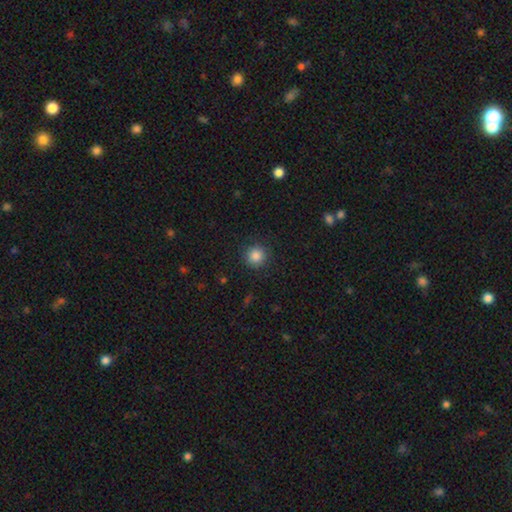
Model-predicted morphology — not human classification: smooth_or_featured: smooth (p=0.85) [alt: star or artifact p=0.10]
how_rounded: round (p=0.93) [alt: in between p=0.06]
merging: none (p=0.90) [alt: minor disturbance p=0.07]